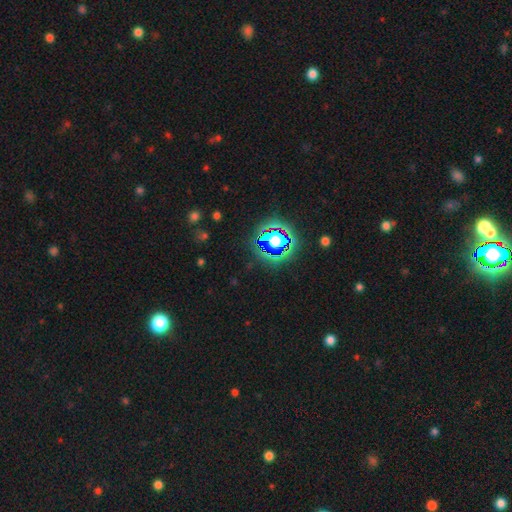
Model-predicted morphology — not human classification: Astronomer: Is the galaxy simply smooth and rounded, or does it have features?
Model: star or artifact — 82%.